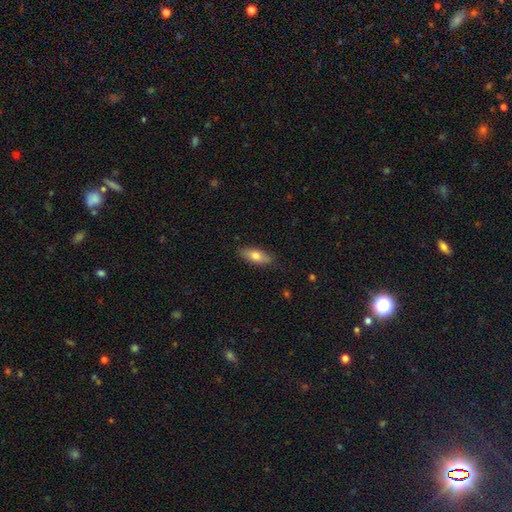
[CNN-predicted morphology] Smooth or featured: smooth — 74% (featured or disk — 19%)
How rounded: in between — 75% (cigar-shaped — 22%)
Merging: none — 83% (minor disturbance — 14%)